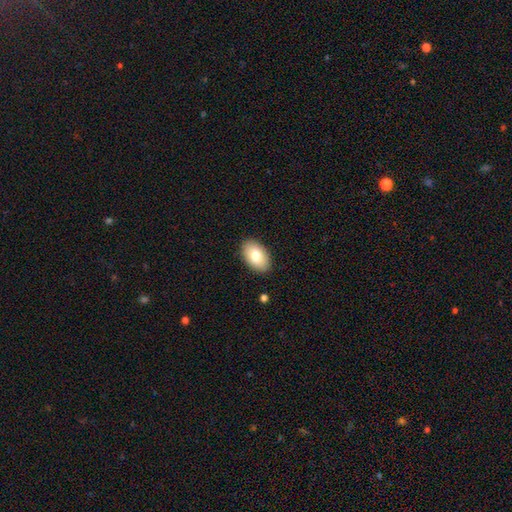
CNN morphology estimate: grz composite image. It shows a smooth galaxy with no disk features (79%) that is in between round and cigar-shaped (93%). Merging: none (89%).